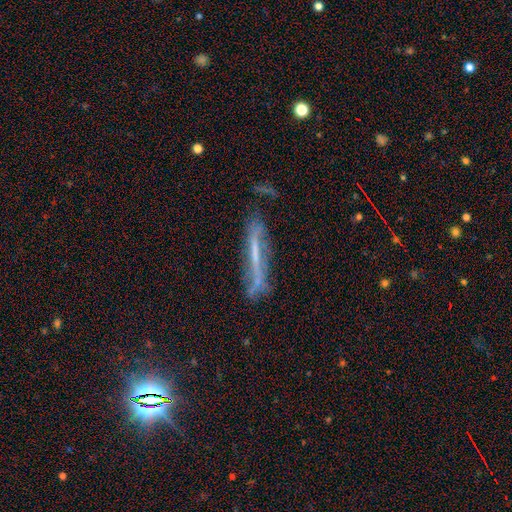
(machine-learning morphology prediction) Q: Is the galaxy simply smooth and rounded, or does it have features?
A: featured or disk — 60%.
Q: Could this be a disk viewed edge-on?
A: yes — 70%.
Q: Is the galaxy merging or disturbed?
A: none — 61%.